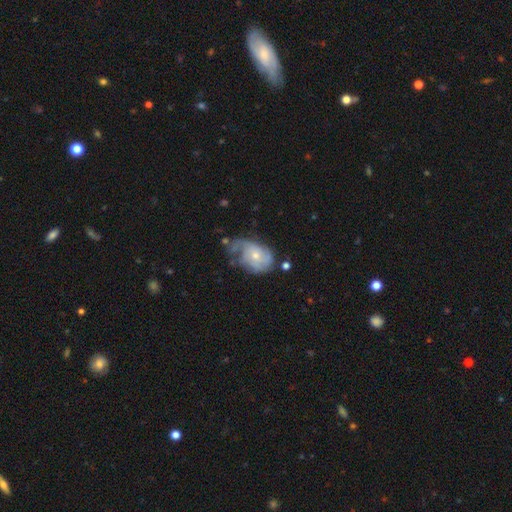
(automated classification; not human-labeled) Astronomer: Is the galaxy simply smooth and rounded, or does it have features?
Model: featured or disk — 61%.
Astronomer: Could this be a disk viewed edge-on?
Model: no — 97%.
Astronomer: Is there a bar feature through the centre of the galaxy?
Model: no — 79%.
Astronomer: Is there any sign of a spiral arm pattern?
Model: yes — 73%.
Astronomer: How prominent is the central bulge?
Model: small — 53% (runner-up: moderate, 42%).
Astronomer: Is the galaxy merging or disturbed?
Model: major disturbance — 34% (runner-up: minor disturbance, 32%).